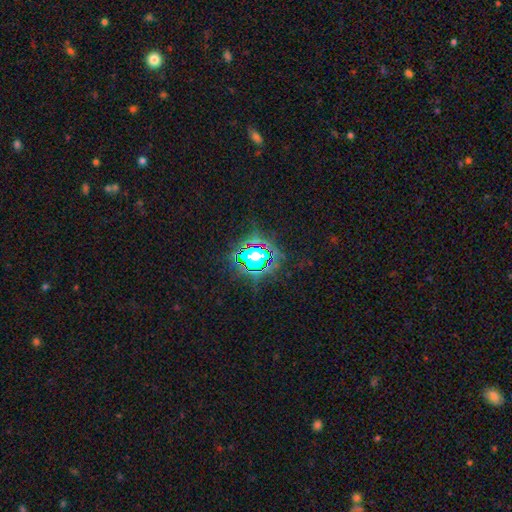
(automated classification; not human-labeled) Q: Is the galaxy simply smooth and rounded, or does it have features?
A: star or artifact — 70%.